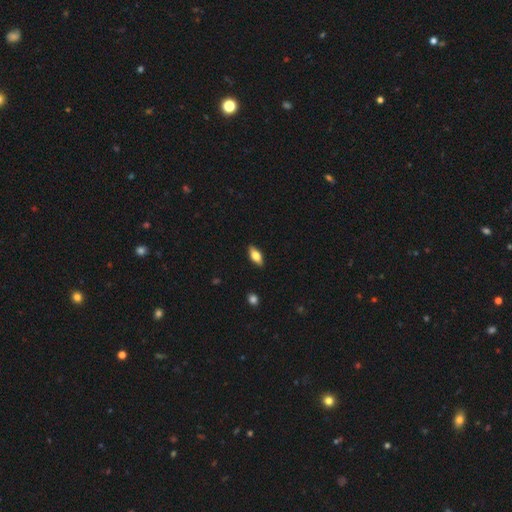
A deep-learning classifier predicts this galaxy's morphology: Smooth or featured?
  - smooth: 70% *
  - featured or disk: 23%
  - star or artifact: 7%
How rounded?
  - in between: 82% *
  - cigar-shaped: 15%
  - round: 3%
Merging?
  - none: 88% *
  - minor disturbance: 9%
  - major disturbance: 2%
  - merger: 1%